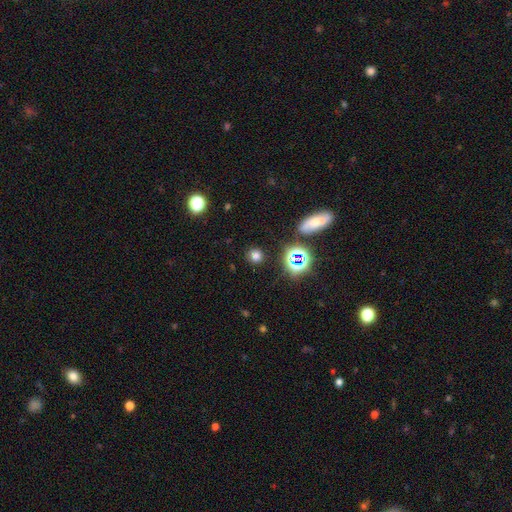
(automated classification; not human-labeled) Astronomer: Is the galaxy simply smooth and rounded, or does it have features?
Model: smooth — 69%.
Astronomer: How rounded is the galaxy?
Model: round — 86%.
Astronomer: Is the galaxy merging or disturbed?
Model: none — 86%.